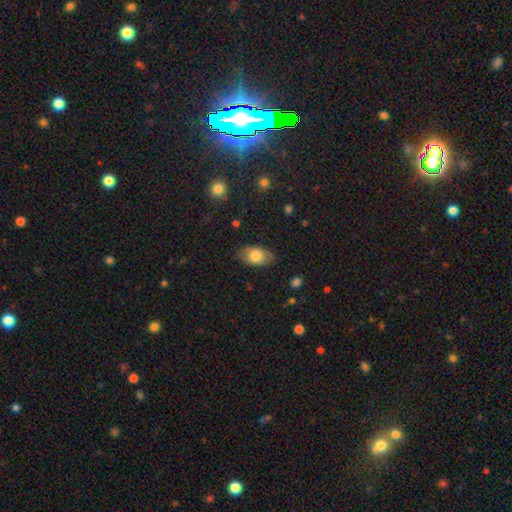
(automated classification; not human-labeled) A smooth galaxy with no disk features (78%) that is in between round and cigar-shaped (91%). Merging: none (81%).